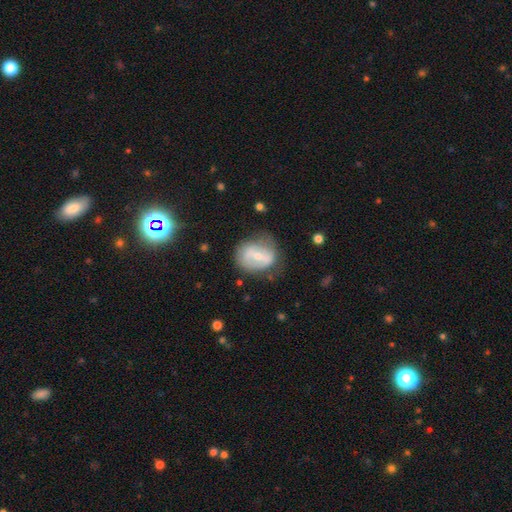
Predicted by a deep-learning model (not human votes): A featured or disk galaxy (58%) with a strong bar (43%), no spiral arms (56%) and a small central bulge (54%).

Vote fractions:
- Smooth or featured? featured or disk: 58% / smooth: 35% / star or artifact: 7%
- Edge-on disk? no: 94% / yes: 6%
- Bar? strong: 43% / weak: 38% / no: 19%
- Spiral arms? no: 56% / yes: 44%
- Bulge size? small: 54% / moderate: 40% / none: 3% / large: 2% / dominant: 1%
- Merging? none: 59% / minor disturbance: 25% / major disturbance: 13% / merger: 3%